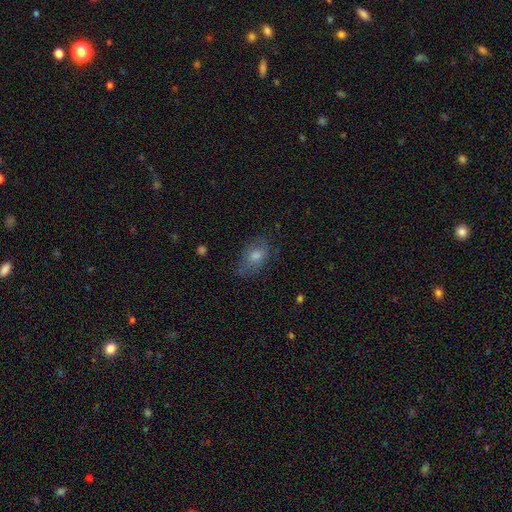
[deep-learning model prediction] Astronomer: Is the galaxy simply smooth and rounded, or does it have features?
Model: smooth — 59%.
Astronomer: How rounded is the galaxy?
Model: in between — 76%.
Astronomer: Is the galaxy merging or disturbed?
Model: none — 64%.